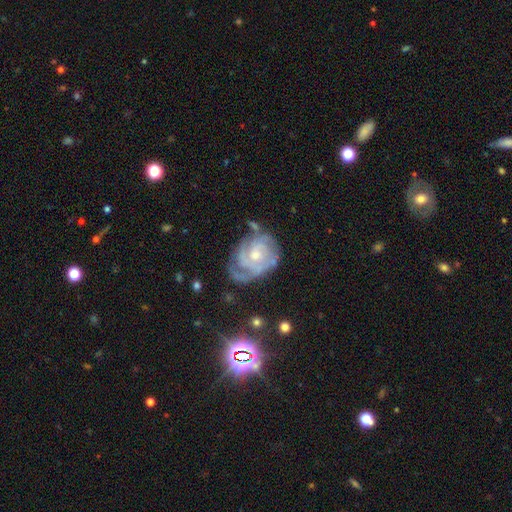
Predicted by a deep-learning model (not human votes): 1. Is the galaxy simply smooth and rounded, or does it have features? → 84% featured or disk, 10% smooth, 6% star or artifact.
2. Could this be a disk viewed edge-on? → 97% no, 3% yes.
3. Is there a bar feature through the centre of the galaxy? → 71% no, 25% weak, 4% strong.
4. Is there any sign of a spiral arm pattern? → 94% yes, 6% no.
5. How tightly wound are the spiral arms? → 65% tight, 28% medium, 7% loose.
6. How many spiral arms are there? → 31% can't tell, 28% 3, 19% 2, 11% 4, 6% 1, 5% more than 4.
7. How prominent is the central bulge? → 47% moderate (tied), 47% small (tied), 2% large, 2% none, 1% dominant.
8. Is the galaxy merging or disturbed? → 57% none, 25% minor disturbance, 14% major disturbance, 4% merger.